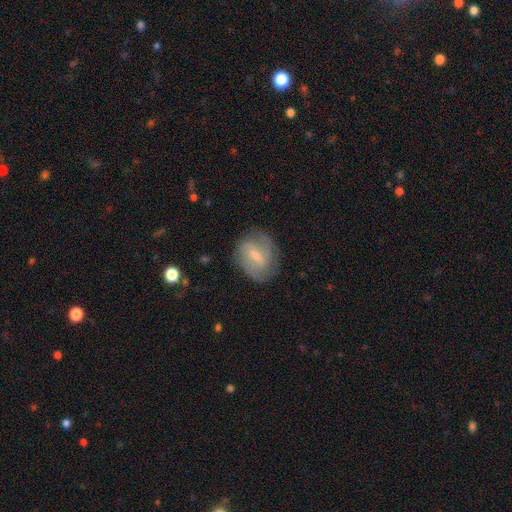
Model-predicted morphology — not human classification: smooth-or-featured: featured or disk: 70% | smooth: 24% | star or artifact: 7%
  disk-edge-on: no: 96% | yes: 4%
    bar: weak: 55% | strong: 30% | no: 15%
    has-spiral-arms: yes: 85% | no: 15%
      spiral-winding: tight: 42% | medium: 41% | loose: 17%
      spiral-arm-count: 2: 50% | can't tell: 27% | 3: 13% | 1: 5% | 4: 4% | more than 4: 2%
    bulge-size: small: 55% | moderate: 37% | none: 5% | large: 2% | dominant: 1%
  merging: none: 73% | minor disturbance: 19% | major disturbance: 7% | merger: 1%